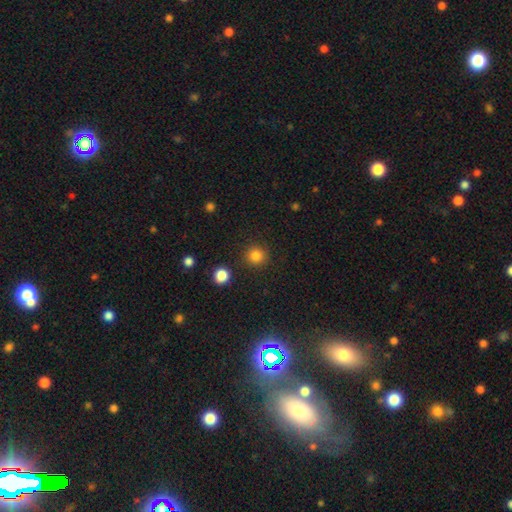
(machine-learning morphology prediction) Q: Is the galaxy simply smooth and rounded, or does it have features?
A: smooth — 83%.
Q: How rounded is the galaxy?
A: round — 94%.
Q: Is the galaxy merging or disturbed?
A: none — 90%.